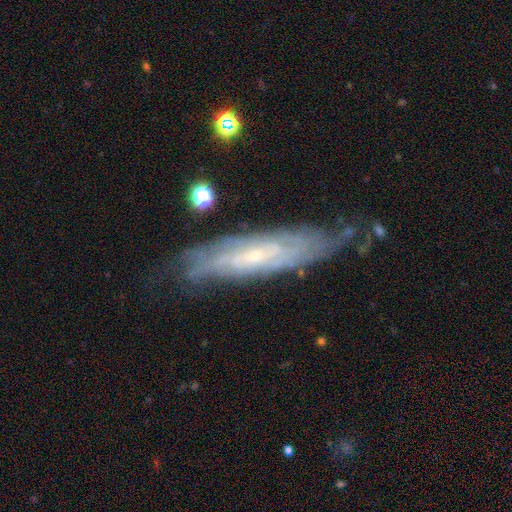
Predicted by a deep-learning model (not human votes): Morphology: type=featured or disk (79%); edge-on=no (65%); bar=no (56%); spiral arms=yes (90%); bulge=small (76%); merging=none (71%).